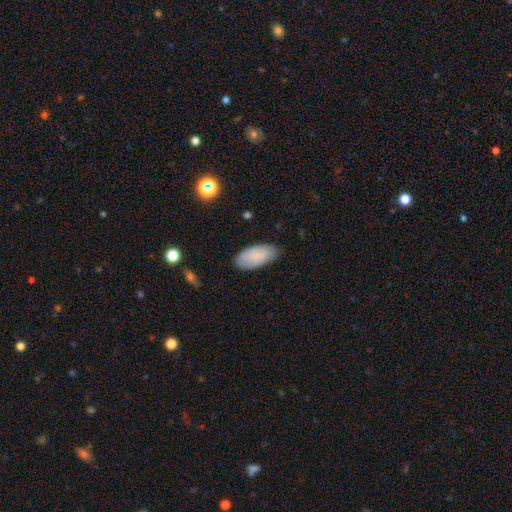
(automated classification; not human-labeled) A smooth galaxy with no disk features (84%) that is in between round and cigar-shaped (92%). Merging: none (80%).